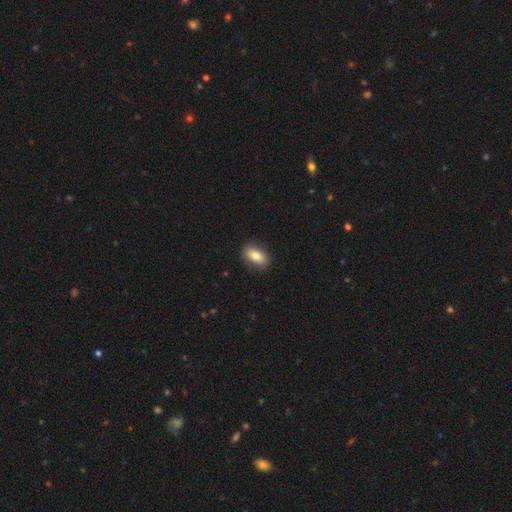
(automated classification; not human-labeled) This is likely a smooth galaxy (78%). How rounded: clearly in between (86%). Merging: clearly none (86%).